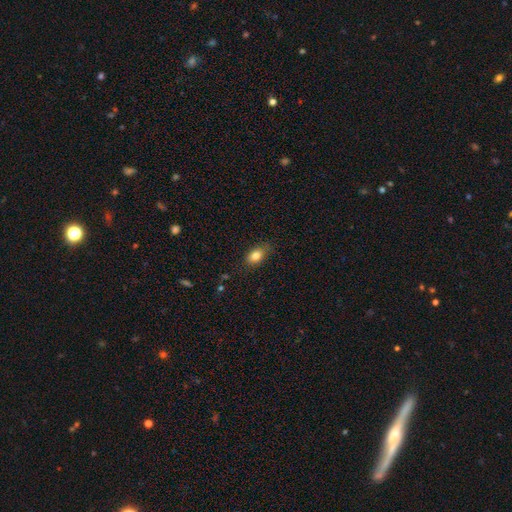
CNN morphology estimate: Q: Smooth or featured?
A: smooth (82%); runner-up: star or artifact (9%)
Q: How rounded?
A: in between (83%); runner-up: round (15%)
Q: Merging?
A: none (77%); runner-up: minor disturbance (19%)